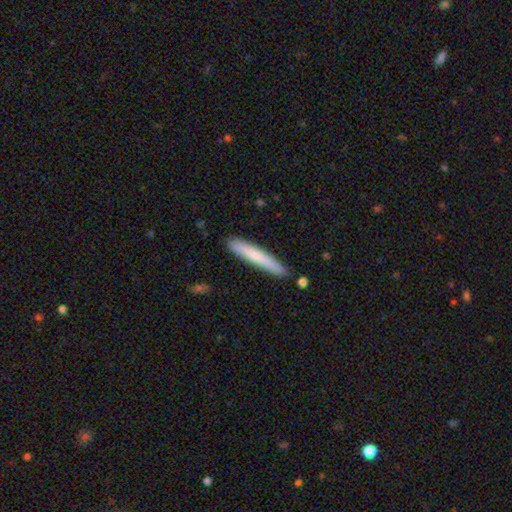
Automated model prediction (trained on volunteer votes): smooth_or_featured: smooth (p=0.70) [alt: featured or disk p=0.24]
how_rounded: cigar-shaped (p=0.94) [alt: in between p=0.05]
merging: none (p=0.88) [alt: minor disturbance p=0.09]